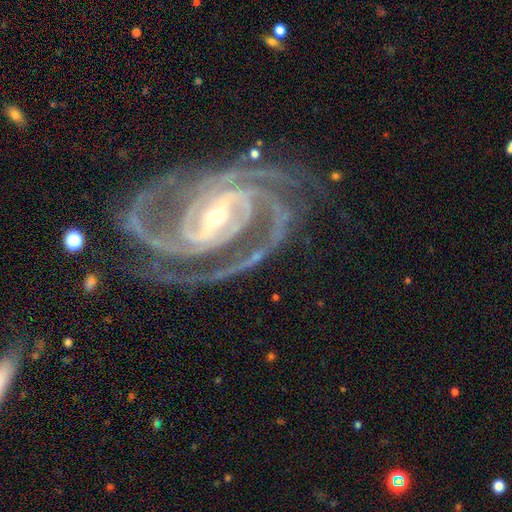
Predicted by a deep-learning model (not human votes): Smooth or featured? Predicted: featured or disk (p=0.94). Edge-on disk? Predicted: no (p=0.97). Bar? Predicted: strong (p=0.59). Spiral arms? Predicted: yes (p=0.99). Spiral winding? Predicted: tight (p=0.59). Spiral arm count? Predicted: 3 (p=0.35). Bulge size? Predicted: small (p=0.62). Merging? Predicted: none (p=0.72).